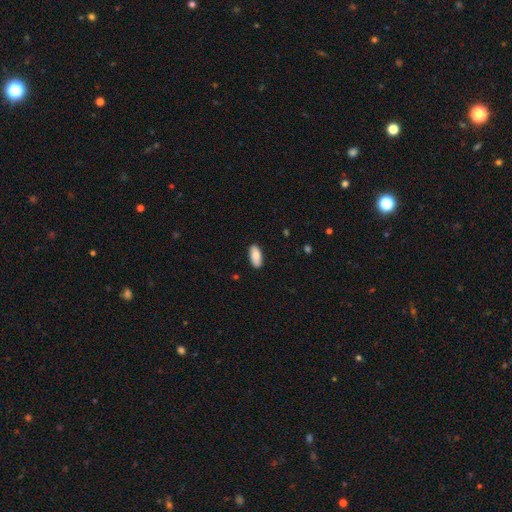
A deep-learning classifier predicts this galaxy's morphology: A smooth galaxy with no disk features (88%) that is in between round and cigar-shaped (88%). Merging: none (88%).